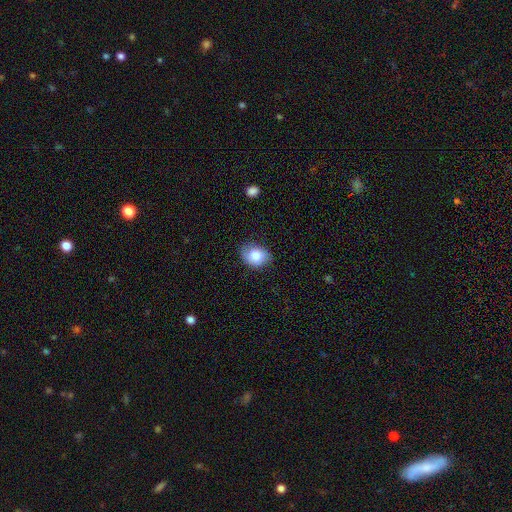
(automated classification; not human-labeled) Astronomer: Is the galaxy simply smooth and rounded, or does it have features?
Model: smooth — 76%.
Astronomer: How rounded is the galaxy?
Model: in between — 68%.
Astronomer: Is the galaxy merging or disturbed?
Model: none — 76%.